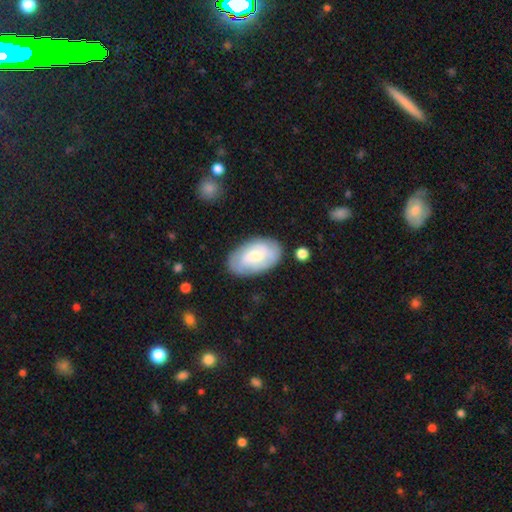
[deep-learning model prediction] smooth_or_featured: smooth (p=0.50) [alt: featured or disk p=0.44]
merging: none (p=0.78) [alt: minor disturbance p=0.15]